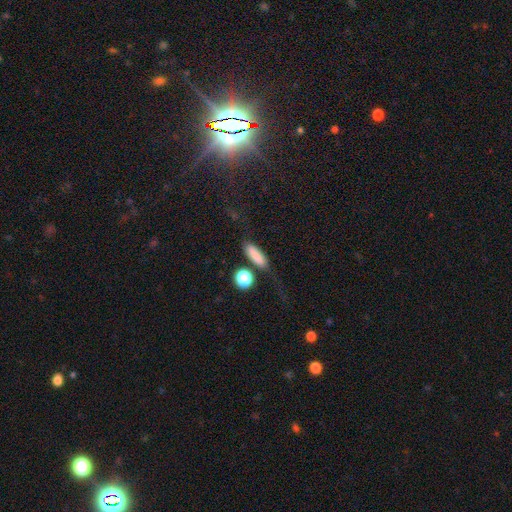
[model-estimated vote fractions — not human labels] This appears to be a smooth galaxy with no disk features (83%) that is in between round and cigar-shaped (51%). Merging: none (68%).